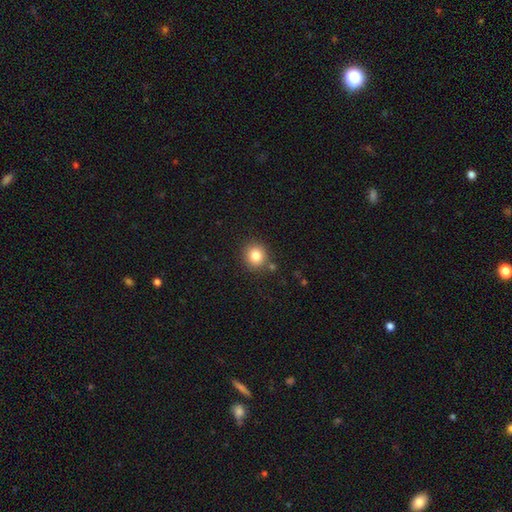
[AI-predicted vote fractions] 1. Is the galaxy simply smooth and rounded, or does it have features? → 82% smooth, 11% star or artifact, 7% featured or disk.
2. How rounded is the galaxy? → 87% round, 12% in between, 1% cigar-shaped.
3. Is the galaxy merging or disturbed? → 84% none, 9% minor disturbance, 5% merger, 3% major disturbance.